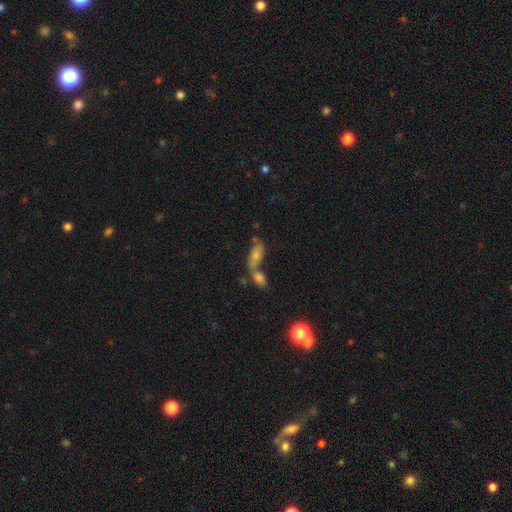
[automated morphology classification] Q: Smooth or featured?
A: smooth (54%); runner-up: featured or disk (32%)
Q: How rounded?
A: in between (70%); runner-up: cigar-shaped (24%)
Q: Merging?
A: merger (57%); runner-up: none (28%)